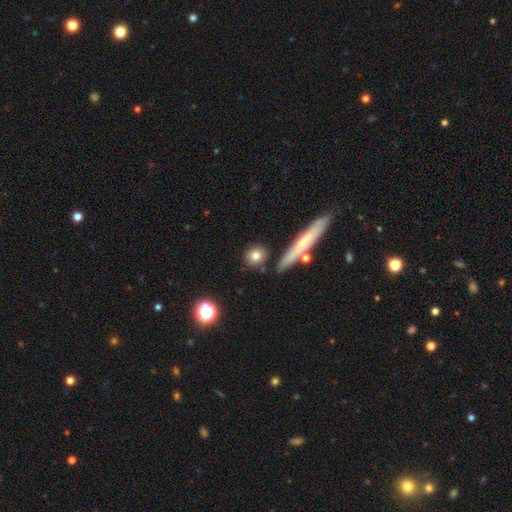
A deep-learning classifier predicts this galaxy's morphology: This is likely a smooth galaxy (77%). How rounded: likely round (79%). Merging: clearly none (82%).